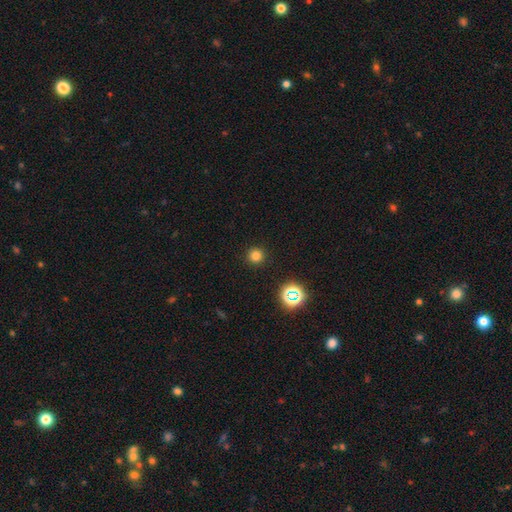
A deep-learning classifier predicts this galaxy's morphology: A smooth galaxy with no disk features (77%) that is round (95%).

Vote fractions:
- Smooth or featured? smooth: 77% / star or artifact: 19% / featured or disk: 5%
- How rounded? round: 95% / in between: 4% / cigar-shaped: 1%
- Merging? none: 92% / minor disturbance: 5% / major disturbance: 2% / merger: 1%